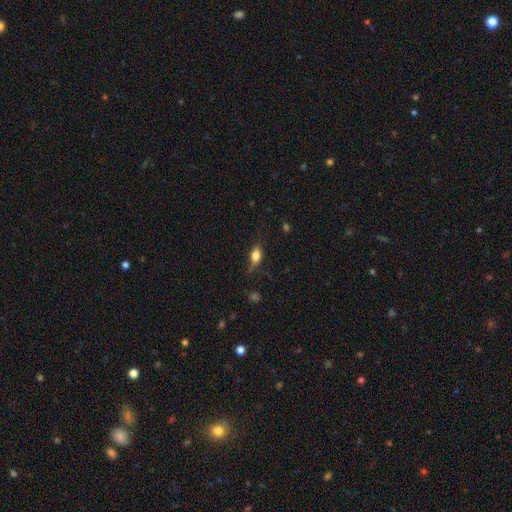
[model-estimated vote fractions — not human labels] Smooth or featured?
  - smooth: 75% *
  - featured or disk: 16%
  - star or artifact: 9%
How rounded?
  - in between: 77% *
  - round: 13%
  - cigar-shaped: 11%
Merging?
  - none: 61% *
  - minor disturbance: 26%
  - major disturbance: 10%
  - merger: 2%